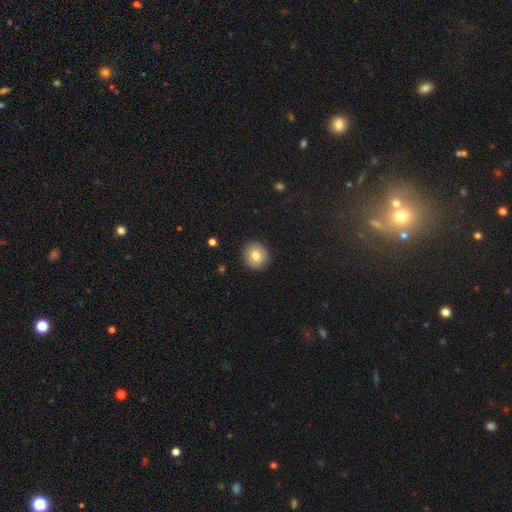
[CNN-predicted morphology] Smooth or featured? Predicted: smooth (p=0.80). How rounded? Predicted: round (p=0.87). Merging? Predicted: none (p=0.88).